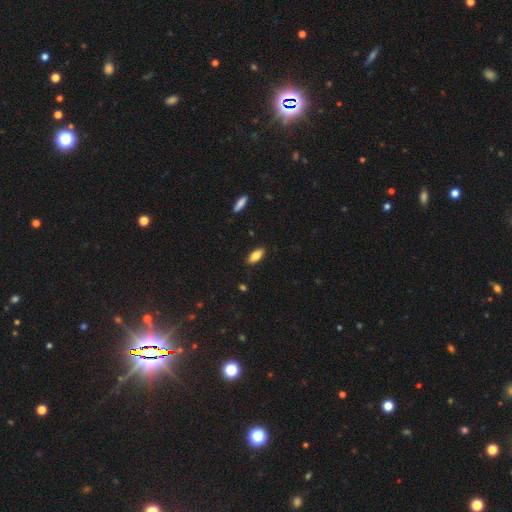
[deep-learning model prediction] This is clearly a smooth galaxy (80%). How rounded: clearly in between (81%). Merging: clearly none (88%).